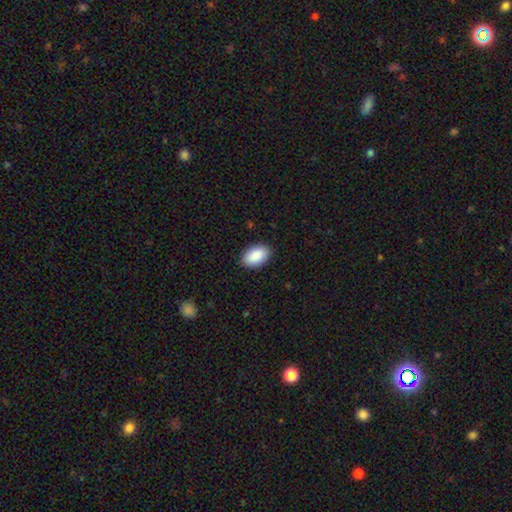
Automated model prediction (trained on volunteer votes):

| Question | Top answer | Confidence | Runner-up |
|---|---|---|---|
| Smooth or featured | smooth | 90% | star or artifact (6%) |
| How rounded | in between | 94% | round (5%) |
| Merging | none | 89% | minor disturbance (8%) |